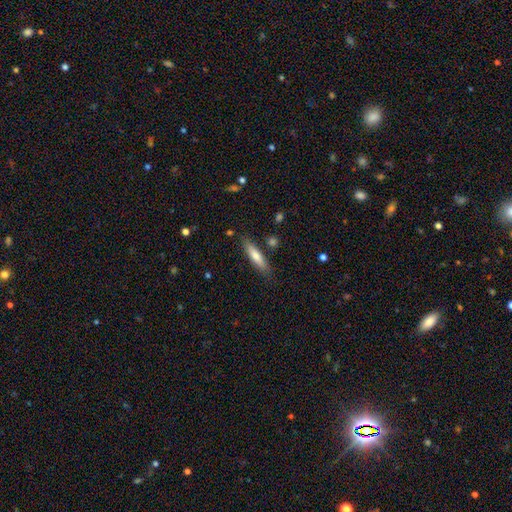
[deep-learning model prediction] This appears to be a smooth galaxy with no disk features (69%) that is cigar-shaped (80%). Merging: none (83%).